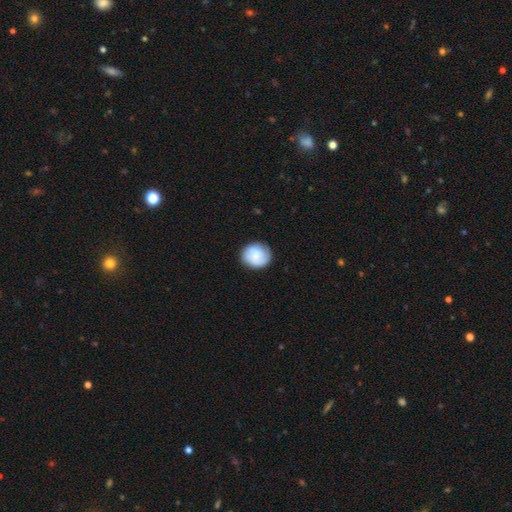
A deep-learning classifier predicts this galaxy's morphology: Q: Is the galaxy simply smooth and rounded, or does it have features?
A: smooth — 64%.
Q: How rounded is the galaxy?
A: round — 85%.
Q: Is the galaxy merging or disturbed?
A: none — 83%.